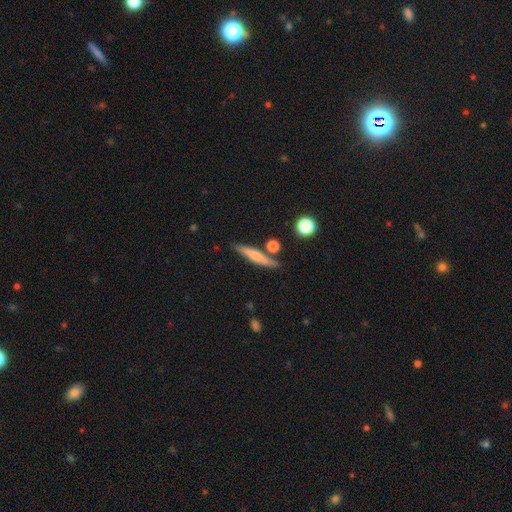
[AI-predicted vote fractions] Morphology: type=smooth (59%); roundness=cigar-shaped (88%); merging=none (78%).